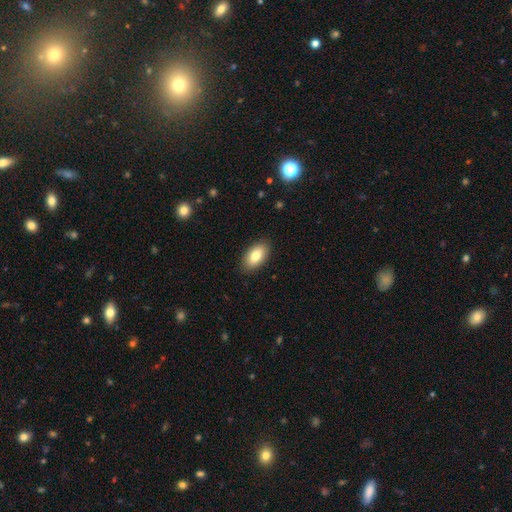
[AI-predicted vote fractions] Morphology: type=smooth (81%); roundness=in between (93%); merging=none (88%).